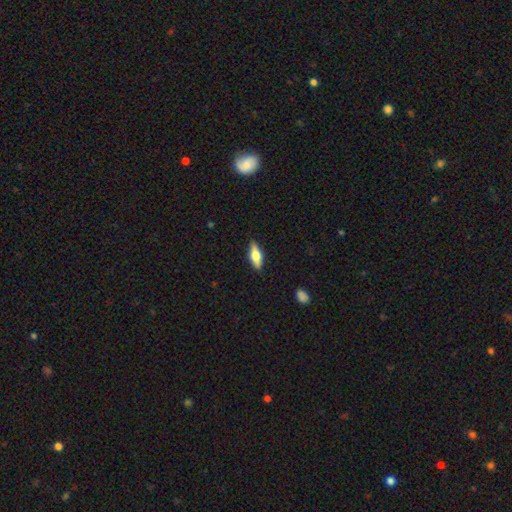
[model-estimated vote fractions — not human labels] Overall: smooth (48%; featured or disk 46%). Merging: none (88%).